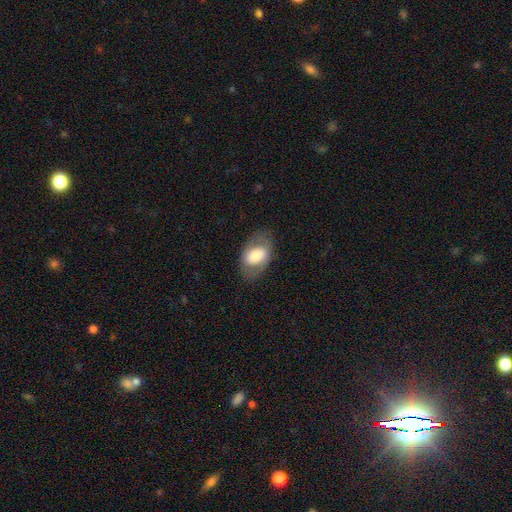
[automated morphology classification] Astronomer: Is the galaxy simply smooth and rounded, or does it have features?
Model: smooth — 61%.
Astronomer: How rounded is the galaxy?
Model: in between — 88%.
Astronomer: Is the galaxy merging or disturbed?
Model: none — 76%.